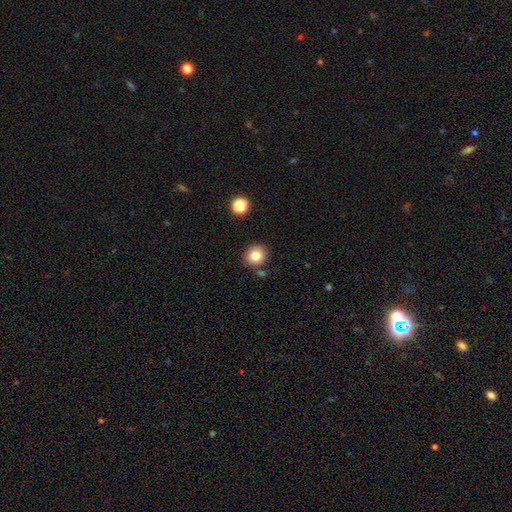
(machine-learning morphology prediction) type=smooth (84%); roundness=round (79%); merging=none (84%).